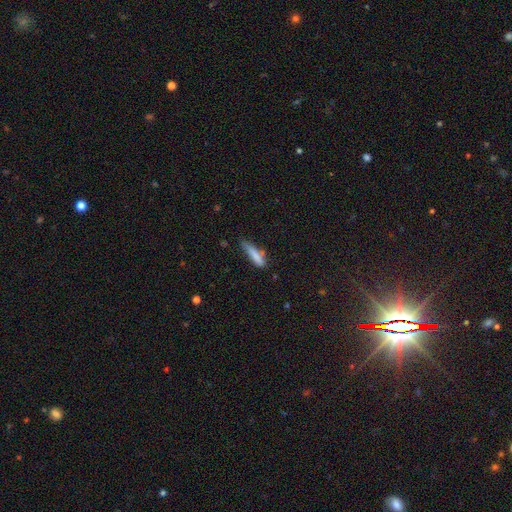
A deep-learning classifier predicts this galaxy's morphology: smooth_or_featured: smooth (p=0.80) [alt: featured or disk p=0.12]
how_rounded: cigar-shaped (p=0.80) [alt: in between p=0.19]
merging: none (p=0.54) [alt: minor disturbance p=0.32]